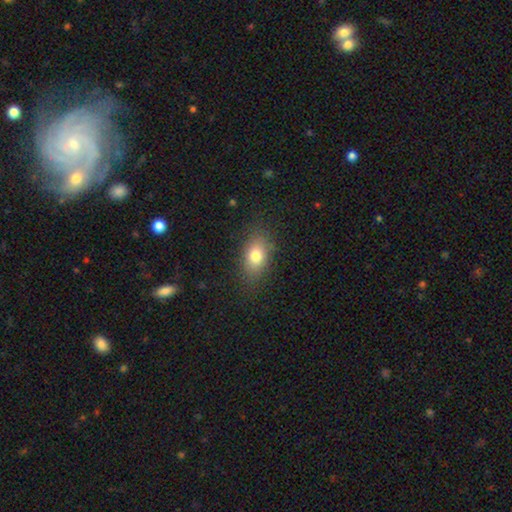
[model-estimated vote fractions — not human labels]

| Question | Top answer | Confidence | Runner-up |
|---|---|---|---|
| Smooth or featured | smooth | 78% | featured or disk (12%) |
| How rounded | in between | 82% | round (15%) |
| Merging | none | 82% | minor disturbance (12%) |